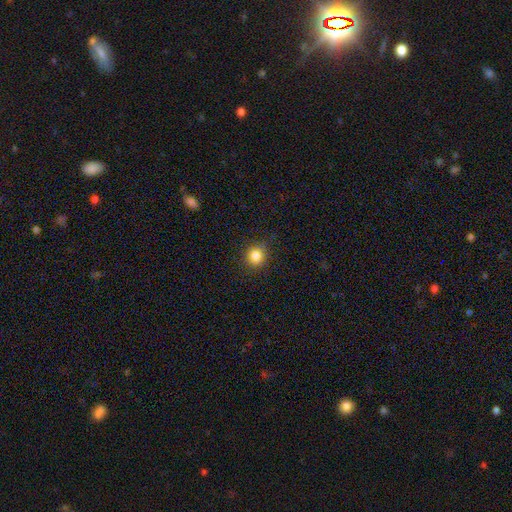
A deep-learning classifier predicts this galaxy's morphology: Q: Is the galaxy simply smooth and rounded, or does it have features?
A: smooth — 84%.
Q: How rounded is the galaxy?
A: round — 89%.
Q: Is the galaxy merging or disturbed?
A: none — 87%.